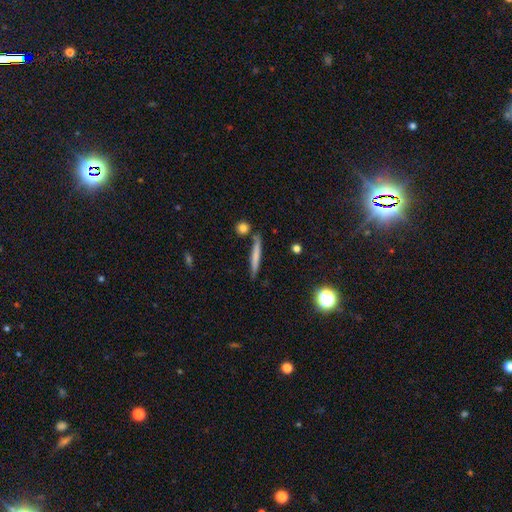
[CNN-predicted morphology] This is likely a smooth galaxy (63%). How rounded: clearly cigar-shaped (95%). Merging: clearly none (84%).